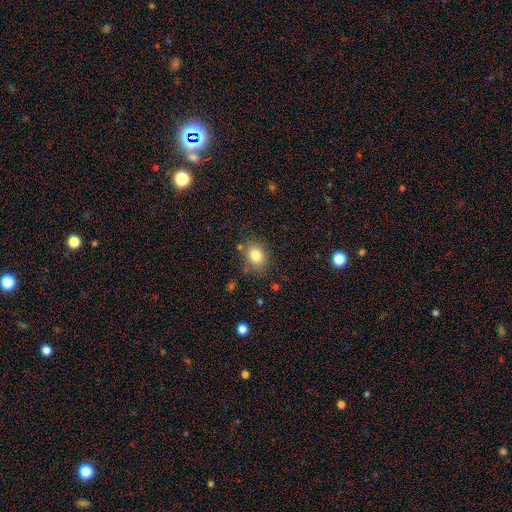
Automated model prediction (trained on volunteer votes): Smooth or featured?
  - smooth: 80% *
  - star or artifact: 11%
  - featured or disk: 9%
How rounded?
  - round: 50% *
  - in between: 49%
  - cigar-shaped: 1%
Merging?
  - none: 79% *
  - minor disturbance: 13%
  - merger: 4%
  - major disturbance: 4%